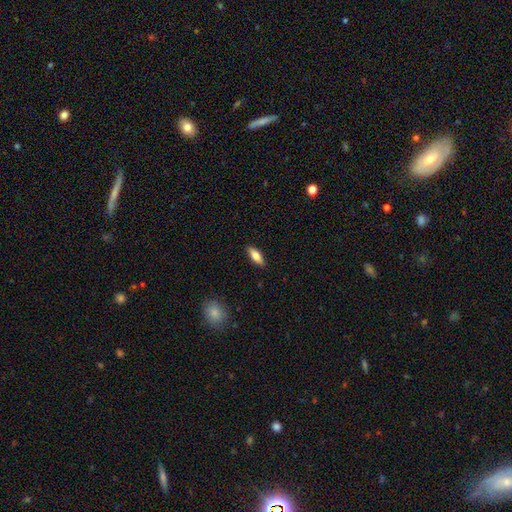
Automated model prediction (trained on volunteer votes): The model was most divided on "how rounded": in between: 65%, cigar-shaped: 33%, round: 2%. More confident: merging — none (88%); smooth or featured — smooth (74%).